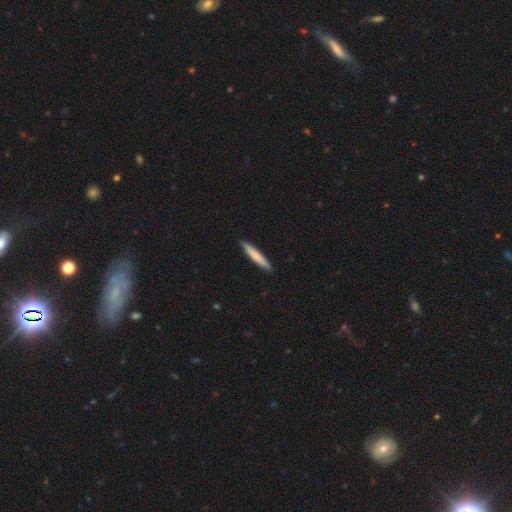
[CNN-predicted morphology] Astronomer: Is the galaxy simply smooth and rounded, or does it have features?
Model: smooth — 75%.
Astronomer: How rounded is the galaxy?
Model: cigar-shaped — 93%.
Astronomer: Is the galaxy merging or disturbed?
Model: none — 92%.